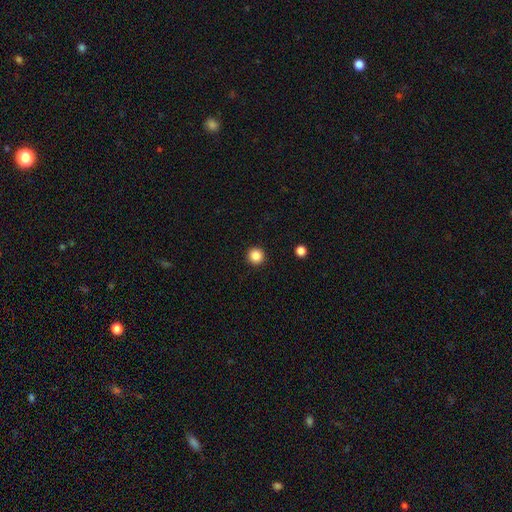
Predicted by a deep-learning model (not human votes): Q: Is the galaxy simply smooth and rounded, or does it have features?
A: smooth — 86%.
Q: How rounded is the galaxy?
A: round — 96%.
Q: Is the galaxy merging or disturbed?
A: none — 93%.